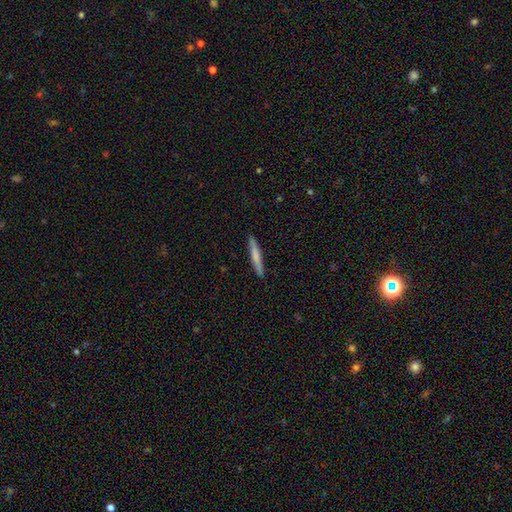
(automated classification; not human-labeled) smooth 65%, featured or disk 29%, star or artifact 5%. Down the decision tree: how rounded — cigar-shaped (96%); merging — none (90%).